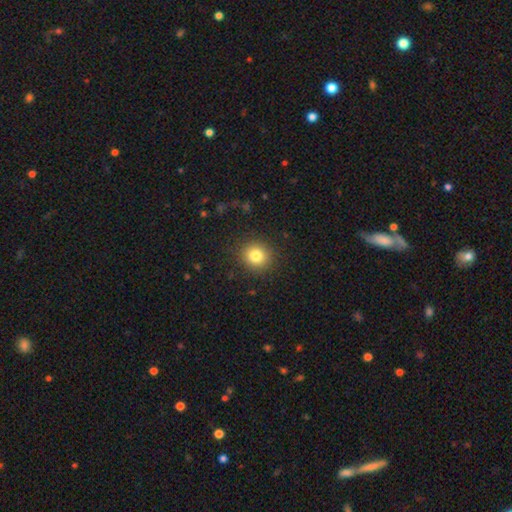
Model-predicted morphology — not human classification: smooth_or_featured: smooth (p=0.81) [alt: star or artifact p=0.12]
how_rounded: round (p=0.89) [alt: in between p=0.10]
merging: none (p=0.90) [alt: minor disturbance p=0.07]